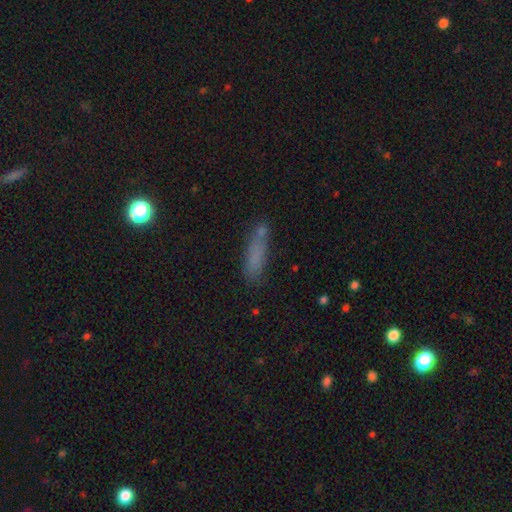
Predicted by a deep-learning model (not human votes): smooth_or_featured: smooth (p=0.74) [alt: star or artifact p=0.13]
how_rounded: cigar-shaped (p=0.66) [alt: in between p=0.31]
merging: none (p=0.65) [alt: minor disturbance p=0.19]